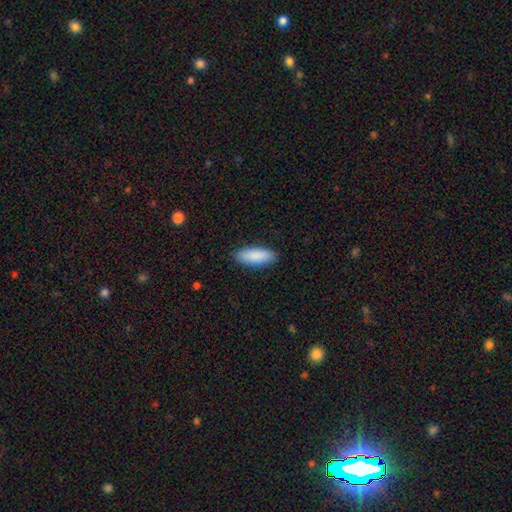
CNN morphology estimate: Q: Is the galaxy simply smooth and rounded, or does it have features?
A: smooth — 89%.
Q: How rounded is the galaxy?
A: in between — 72%.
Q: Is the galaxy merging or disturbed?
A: none — 88%.